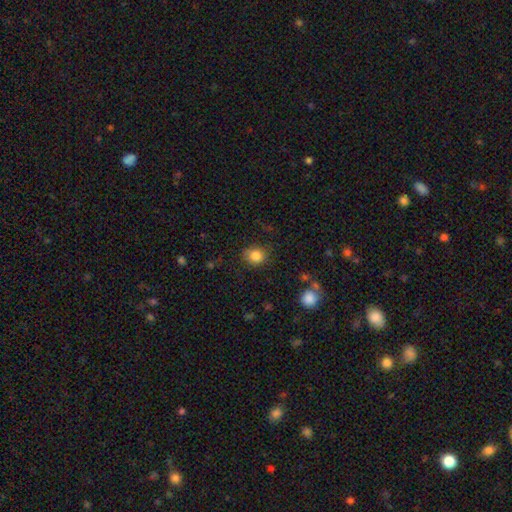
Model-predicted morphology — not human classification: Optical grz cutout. It shows a smooth galaxy with no disk features (84%) that is round (75%). Merging: none (80%).